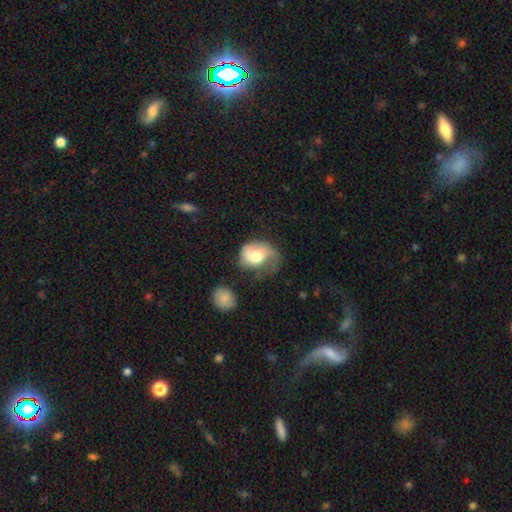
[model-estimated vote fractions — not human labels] Q: Smooth or featured?
A: smooth (52%); runner-up: featured or disk (41%)
Q: How rounded?
A: round (51%); runner-up: in between (48%)
Q: Merging?
A: major disturbance (38%); runner-up: minor disturbance (29%)